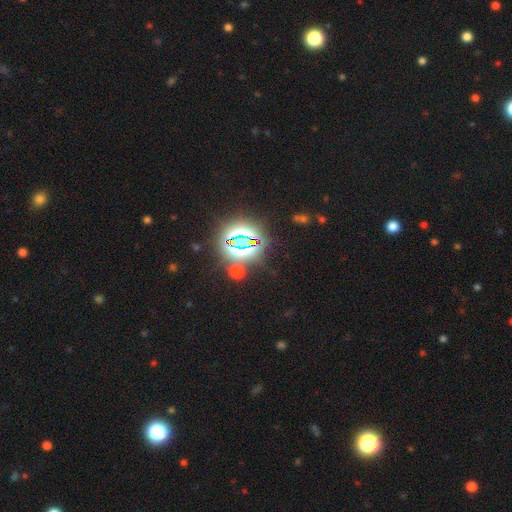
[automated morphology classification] Smooth or featured: star or artifact — 78% (smooth — 14%)